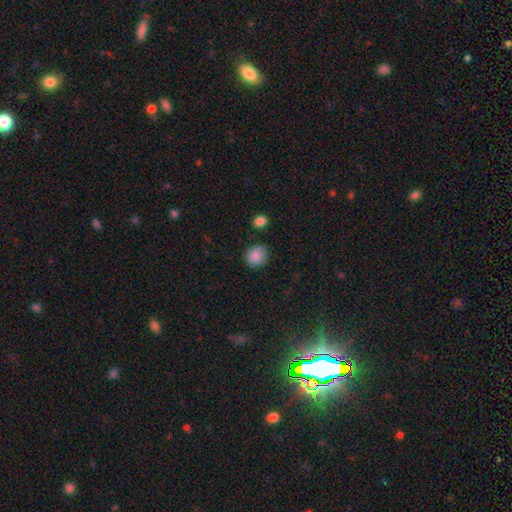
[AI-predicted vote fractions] smooth-or-featured: smooth: 87% | star or artifact: 8% | featured or disk: 4%
  how-rounded: round: 86% | in between: 13% | cigar-shaped: 1%
  merging: none: 84% | minor disturbance: 11% | major disturbance: 3% | merger: 2%